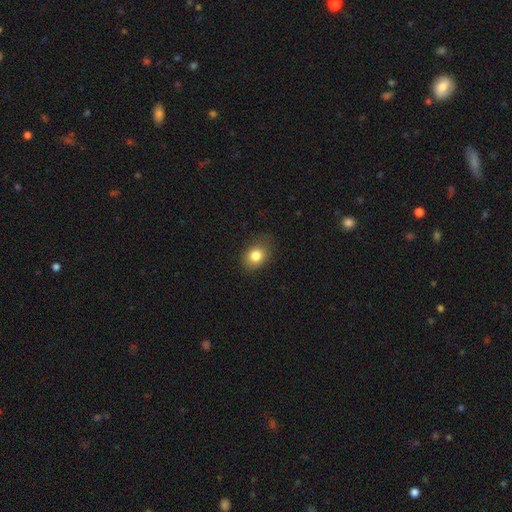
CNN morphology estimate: Smooth or featured: smooth — 81% (star or artifact — 10%)
How rounded: in between — 59% (round — 40%)
Merging: none — 75% (minor disturbance — 19%)